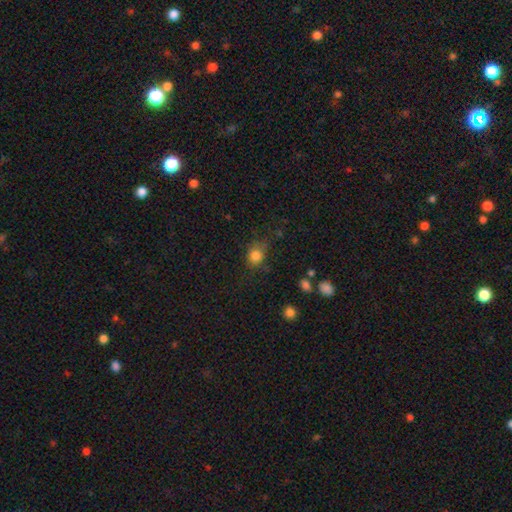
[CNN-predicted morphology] The model was most divided on "how rounded": round: 71%, in between: 28%, cigar-shaped: 1%. More confident: smooth or featured — smooth (81%); merging — none (68%).